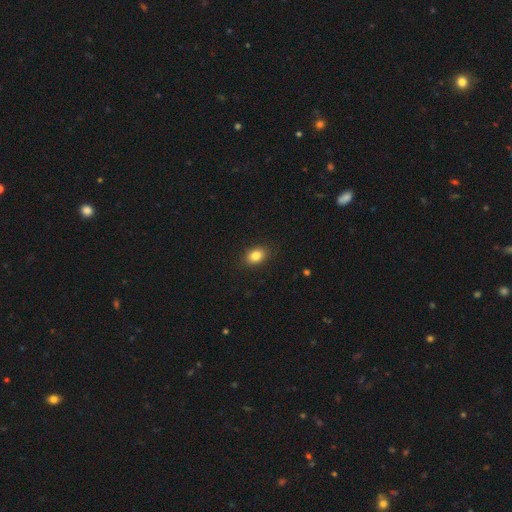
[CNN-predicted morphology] Overall: smooth (84%). How rounded: in between (78%). Merging: none (88%).